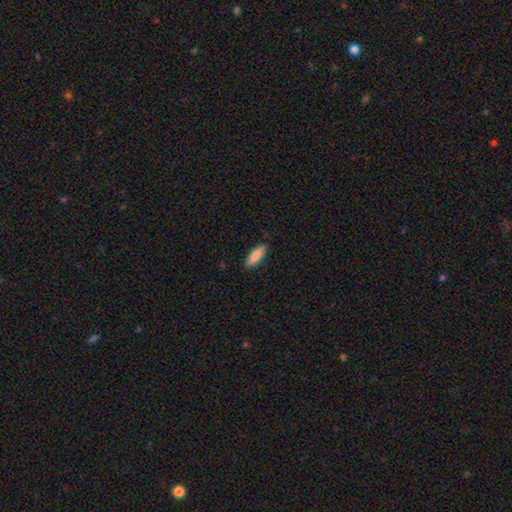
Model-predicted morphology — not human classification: smooth-or-featured: smooth: 84% | featured or disk: 10% | star or artifact: 6%
  how-rounded: cigar-shaped: 50% | in between: 48% | round: 2%
  merging: none: 86% | minor disturbance: 11% | major disturbance: 2% | merger: 1%